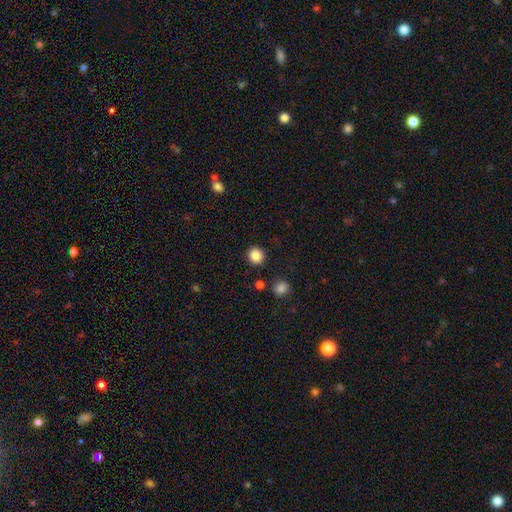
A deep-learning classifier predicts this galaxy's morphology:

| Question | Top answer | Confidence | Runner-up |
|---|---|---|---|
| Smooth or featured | smooth | 86% | star or artifact (10%) |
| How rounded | round | 88% | in between (11%) |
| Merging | none | 90% | minor disturbance (6%) |